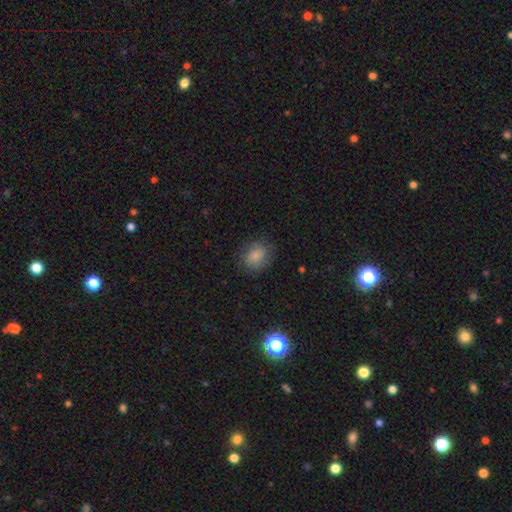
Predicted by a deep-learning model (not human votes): This is likely a smooth galaxy (79%). How rounded: possibly round (54%). Merging: likely none (76%).